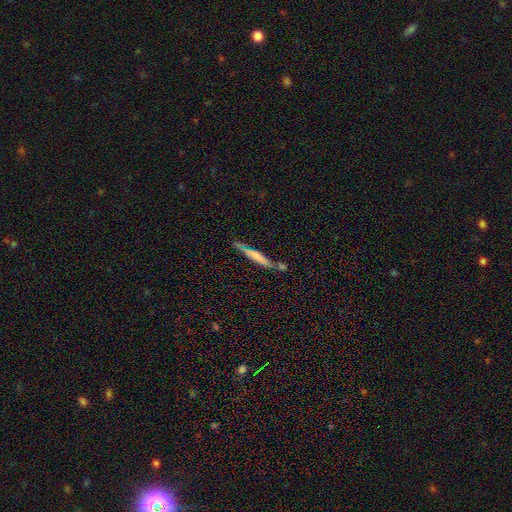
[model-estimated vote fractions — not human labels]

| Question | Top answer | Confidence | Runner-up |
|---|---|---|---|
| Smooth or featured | smooth | 52% | featured or disk (41%) |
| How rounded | cigar-shaped | 94% | in between (4%) |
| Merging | none | 70% | minor disturbance (16%) |